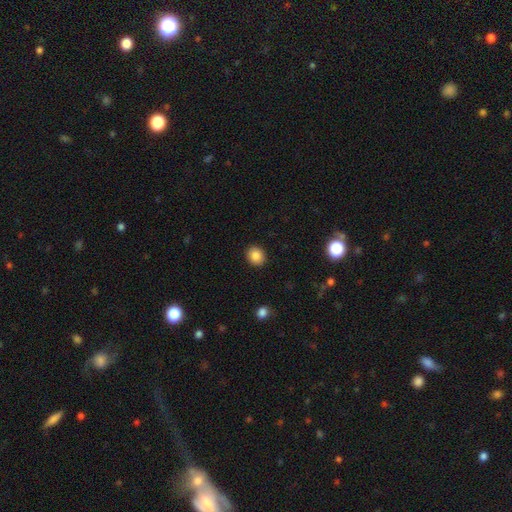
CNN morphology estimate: The model was most divided on "how rounded": round: 71%, in between: 28%, cigar-shaped: 1%. More confident: merging — none (91%); smooth or featured — smooth (86%).